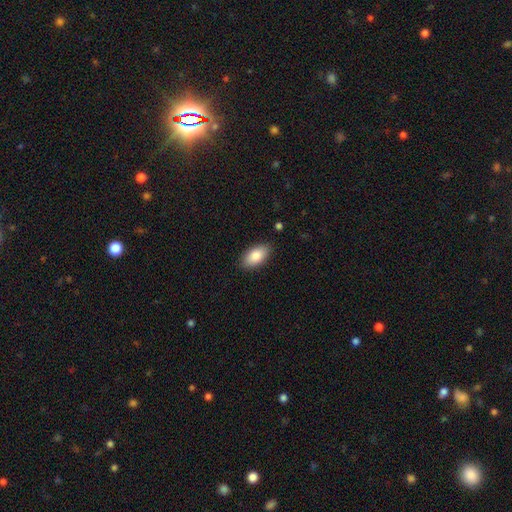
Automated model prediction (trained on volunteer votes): Smooth or featured: smooth — 85% (featured or disk — 9%)
How rounded: in between — 93% (cigar-shaped — 3%)
Merging: none — 88% (minor disturbance — 9%)